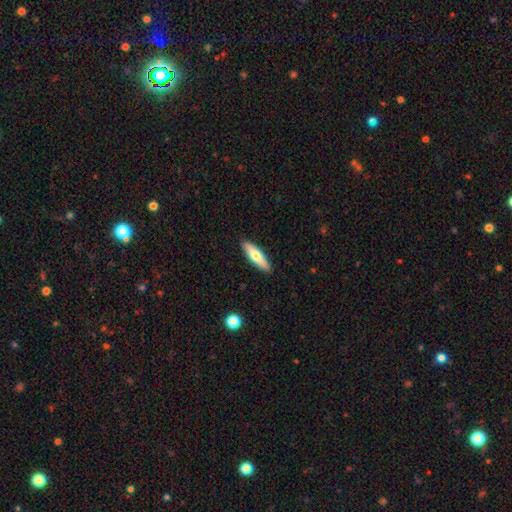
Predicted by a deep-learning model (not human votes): This is likely a smooth galaxy (65%). How rounded: possibly cigar-shaped (58%). Merging: clearly none (90%).